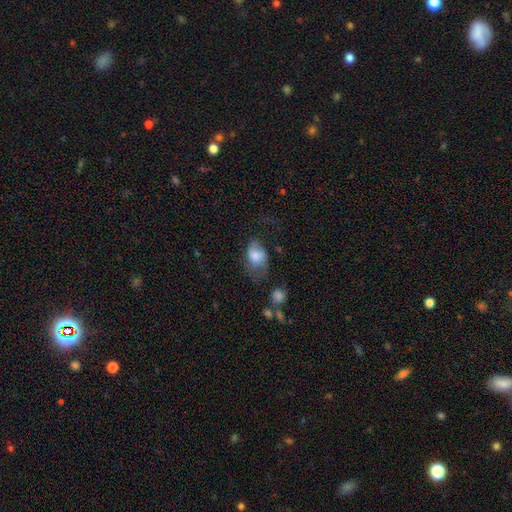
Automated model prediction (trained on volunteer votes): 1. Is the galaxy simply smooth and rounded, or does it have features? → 71% smooth, 21% featured or disk, 8% star or artifact.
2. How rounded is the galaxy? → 77% in between, 22% round, 1% cigar-shaped.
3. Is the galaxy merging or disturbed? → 34% major disturbance, 31% none, 30% minor disturbance, 4% merger.